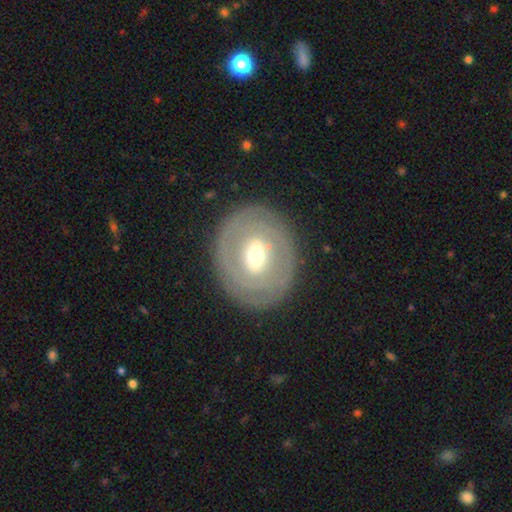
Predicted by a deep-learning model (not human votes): Smooth or featured? Predicted: featured or disk (p=0.67). Edge-on disk? Predicted: no (p=0.94). Bar? Predicted: weak (p=0.42). Spiral arms? Predicted: no (p=0.54). Bulge size? Predicted: moderate (p=0.58). Merging? Predicted: none (p=0.84).